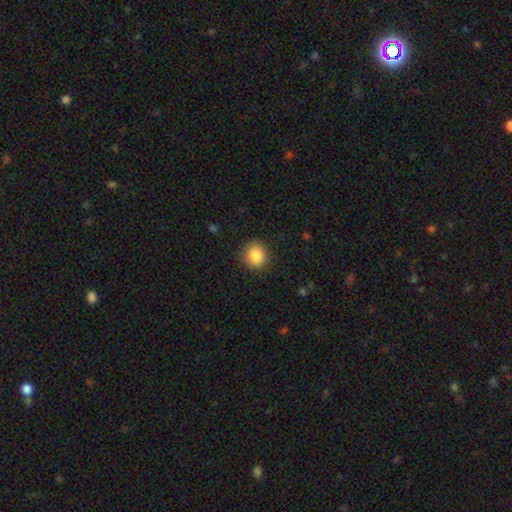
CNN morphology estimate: This appears to be a smooth galaxy with no disk features (87%) that is round (84%). Merging: none (85%).